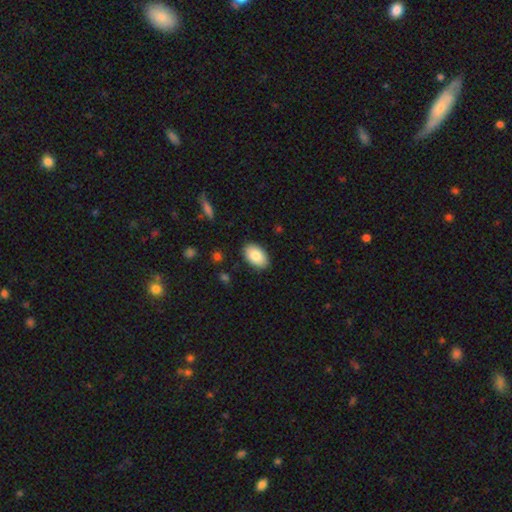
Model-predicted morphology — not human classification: Q: Smooth or featured?
A: smooth (85%); runner-up: featured or disk (8%)
Q: How rounded?
A: in between (93%); runner-up: round (6%)
Q: Merging?
A: none (88%); runner-up: minor disturbance (9%)